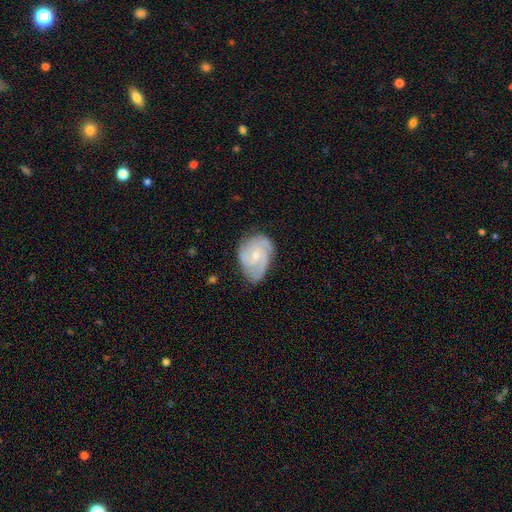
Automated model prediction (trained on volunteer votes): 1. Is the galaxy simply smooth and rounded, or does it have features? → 83% featured or disk, 12% smooth, 5% star or artifact.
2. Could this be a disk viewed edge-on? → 98% no, 2% yes.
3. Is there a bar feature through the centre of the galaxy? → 60% no, 34% weak, 5% strong.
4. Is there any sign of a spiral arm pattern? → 96% yes, 4% no.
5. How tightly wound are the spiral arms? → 55% tight, 37% medium, 8% loose.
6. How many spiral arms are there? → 43% 3, 27% 2, 15% can't tell, 7% 4, 4% 1, 4% more than 4.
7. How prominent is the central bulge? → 60% small, 36% moderate, 2% none, 1% large, 1% dominant.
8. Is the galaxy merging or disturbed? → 65% none, 26% minor disturbance, 8% major disturbance, 1% merger.